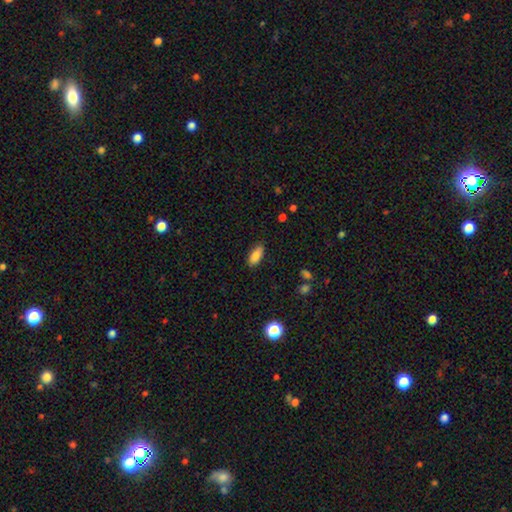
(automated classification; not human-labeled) This appears to be a smooth galaxy with no disk features (84%) that is in between round and cigar-shaped (84%). Merging: none (86%).